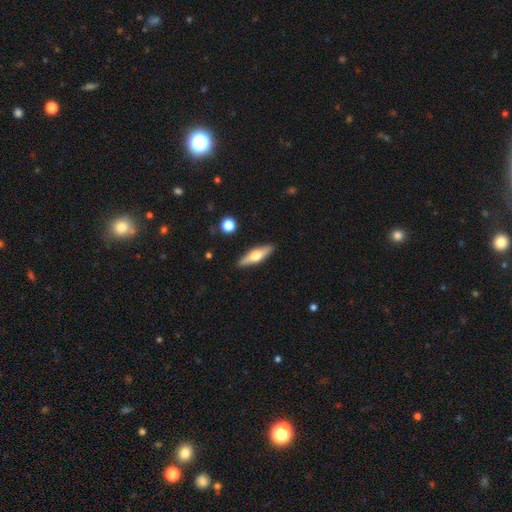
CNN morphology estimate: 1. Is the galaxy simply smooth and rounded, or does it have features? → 52% featured or disk, 43% smooth, 6% star or artifact.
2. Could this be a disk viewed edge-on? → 92% yes, 8% no.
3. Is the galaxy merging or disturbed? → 89% none, 8% minor disturbance, 2% major disturbance, 1% merger.